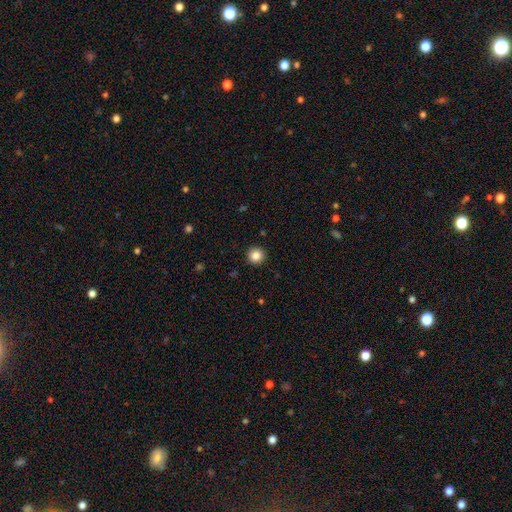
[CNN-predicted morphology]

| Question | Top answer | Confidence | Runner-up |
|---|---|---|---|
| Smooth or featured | smooth | 85% | star or artifact (11%) |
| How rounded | round | 95% | in between (4%) |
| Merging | none | 93% | minor disturbance (5%) |